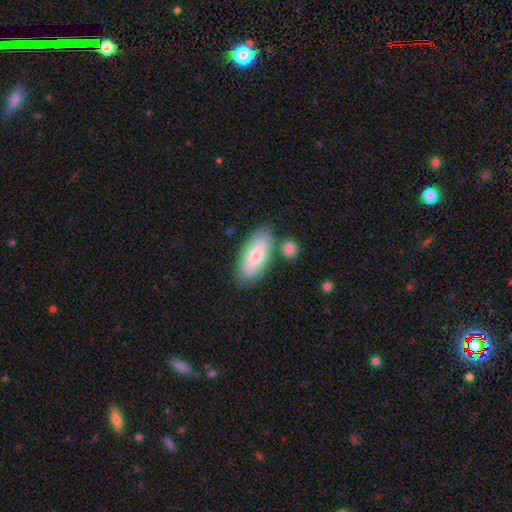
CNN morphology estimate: A smooth galaxy with no disk features (74%) that is in between round and cigar-shaped (80%). Merging: none (74%).